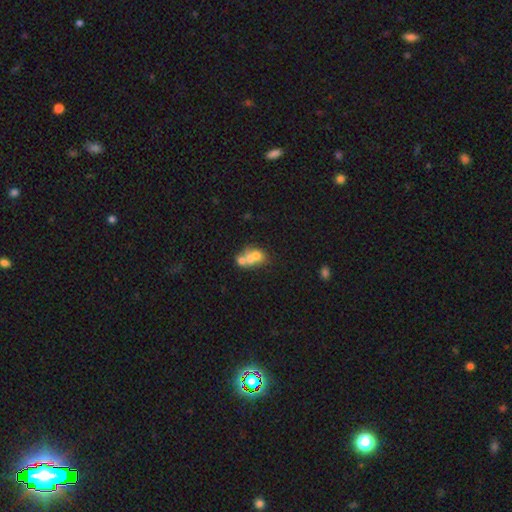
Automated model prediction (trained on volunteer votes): Smooth or featured? smooth (57%)
How rounded? in between (50%)
Merging? merger (63%)